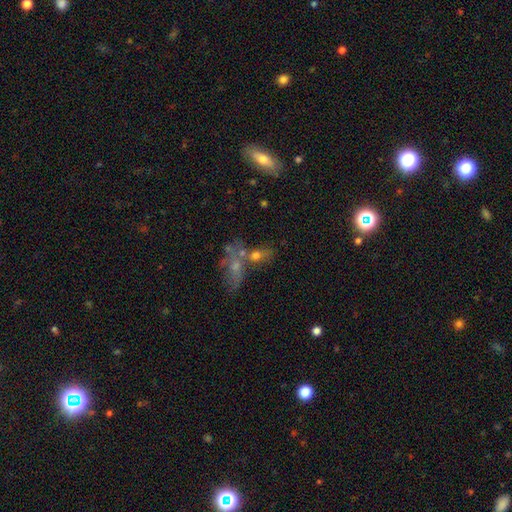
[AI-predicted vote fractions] smooth_or_featured: smooth (p=0.49) [alt: featured or disk p=0.33]
merging: merger (p=0.47) [alt: none p=0.29]